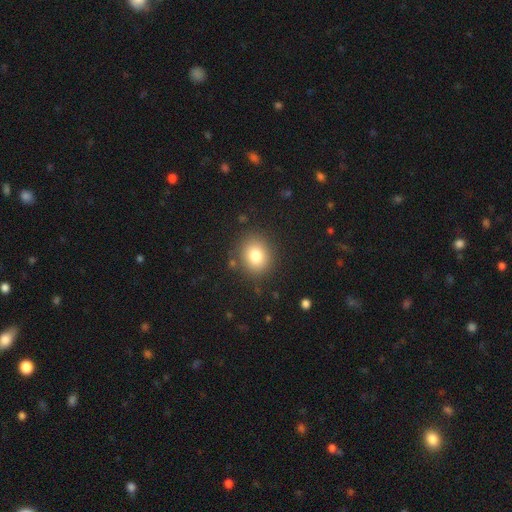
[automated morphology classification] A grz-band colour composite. It shows a smooth galaxy with no disk features (80%) that is round (70%). Merging: none (85%).